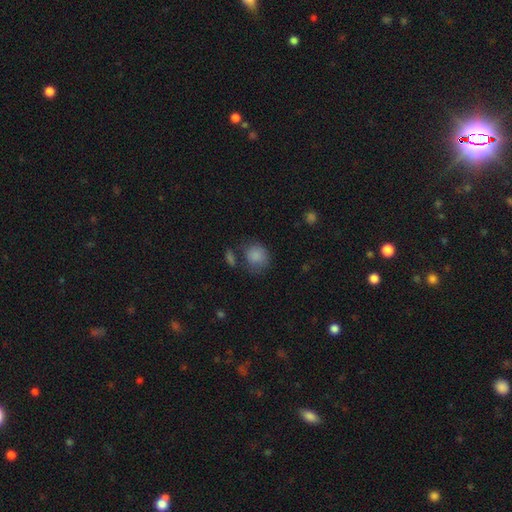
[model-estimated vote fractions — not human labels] Morphology: type=smooth (84%); roundness=round (71%); merging=none (54%).